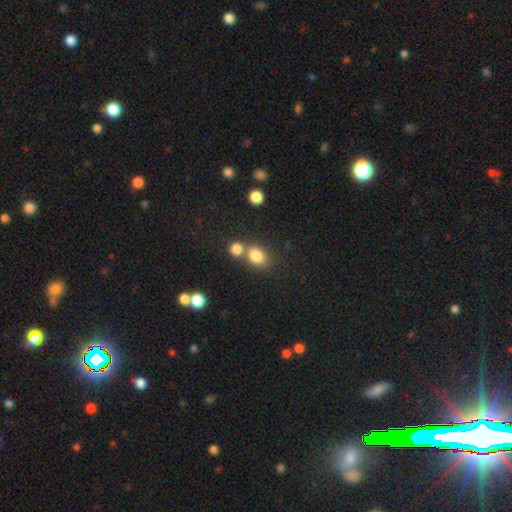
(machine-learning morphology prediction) smooth_or_featured: smooth (p=0.81) [alt: star or artifact p=0.12]
how_rounded: in between (p=0.51) [alt: round p=0.48]
merging: none (p=0.48) [alt: merger p=0.38]